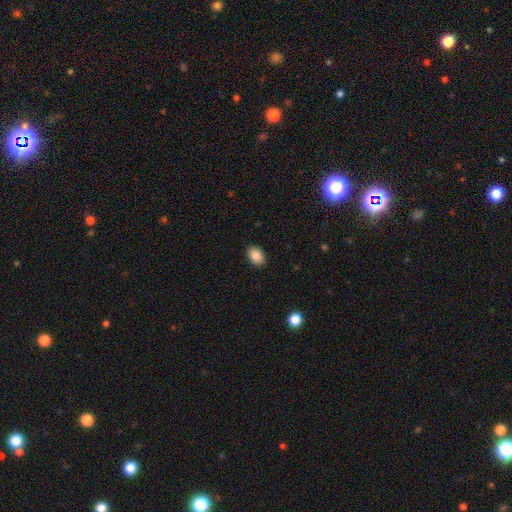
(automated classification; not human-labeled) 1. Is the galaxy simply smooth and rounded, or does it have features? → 86% smooth, 8% star or artifact, 6% featured or disk.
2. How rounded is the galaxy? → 80% in between, 19% round, 1% cigar-shaped.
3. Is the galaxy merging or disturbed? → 90% none, 8% minor disturbance, 2% major disturbance, 1% merger.